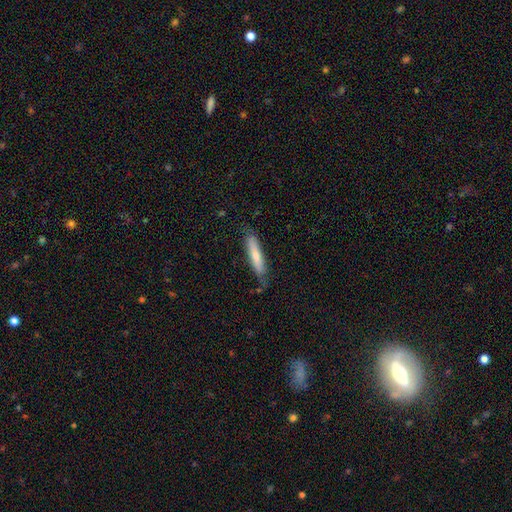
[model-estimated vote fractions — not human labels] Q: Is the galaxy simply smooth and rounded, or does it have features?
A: smooth — 69%.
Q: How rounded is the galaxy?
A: cigar-shaped — 88%.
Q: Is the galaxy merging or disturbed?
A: none — 77%.